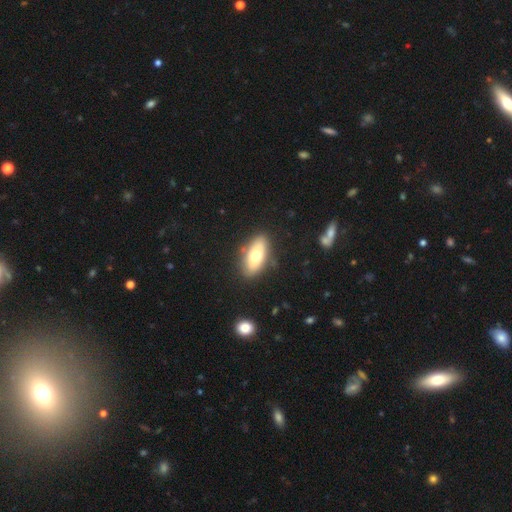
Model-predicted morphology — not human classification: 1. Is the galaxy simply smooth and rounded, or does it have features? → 67% smooth, 27% featured or disk, 6% star or artifact.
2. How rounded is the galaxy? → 88% in between, 9% cigar-shaped, 3% round.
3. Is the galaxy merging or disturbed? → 82% none, 12% minor disturbance, 3% major disturbance, 3% merger.